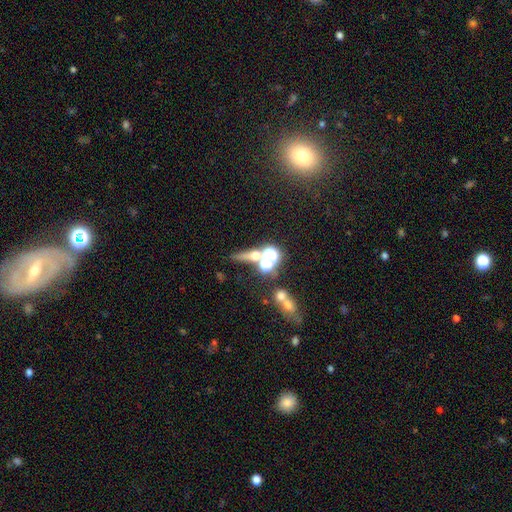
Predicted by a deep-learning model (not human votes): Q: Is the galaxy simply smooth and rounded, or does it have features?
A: smooth — 41%.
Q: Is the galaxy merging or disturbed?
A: none — 44%.